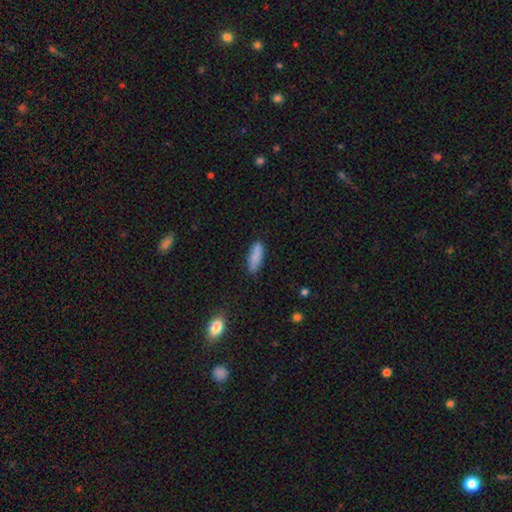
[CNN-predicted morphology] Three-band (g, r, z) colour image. It shows a smooth galaxy with no disk features (87%) that is in between round and cigar-shaped (50%). Merging: none (83%).